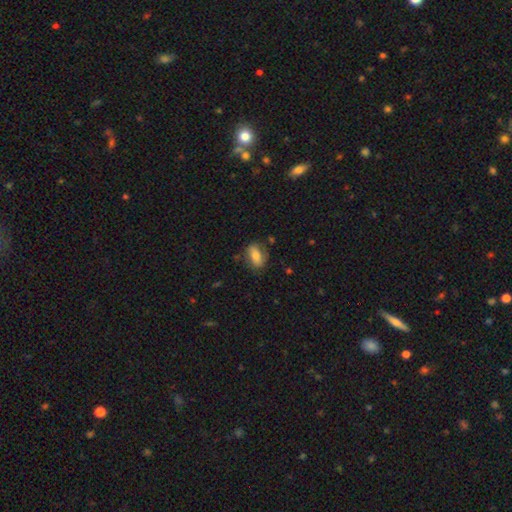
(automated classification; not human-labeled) smooth-or-featured: smooth: 71% | featured or disk: 21% | star or artifact: 8%
  how-rounded: in between: 83% | round: 10% | cigar-shaped: 7%
  merging: none: 76% | minor disturbance: 17% | major disturbance: 5% | merger: 2%